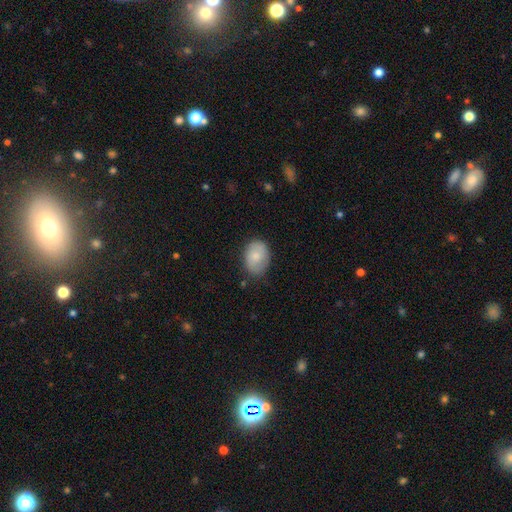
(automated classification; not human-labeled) smooth_or_featured: smooth (p=0.76) [alt: featured or disk p=0.18]
how_rounded: in between (p=0.76) [alt: round p=0.23]
merging: none (p=0.73) [alt: minor disturbance p=0.21]